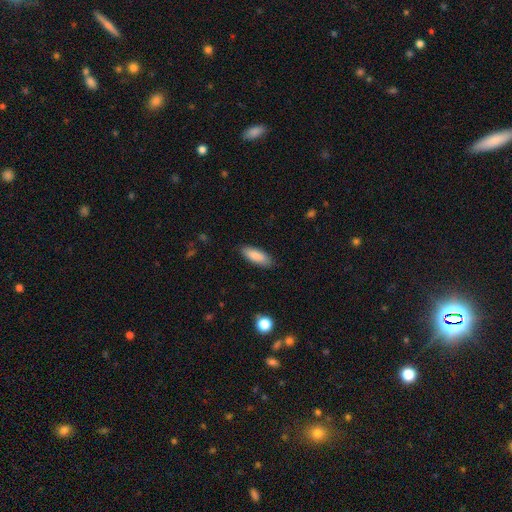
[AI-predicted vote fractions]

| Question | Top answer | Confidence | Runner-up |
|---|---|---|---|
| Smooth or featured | smooth | 87% | featured or disk (7%) |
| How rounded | in between | 68% | cigar-shaped (30%) |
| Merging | none | 85% | minor disturbance (12%) |